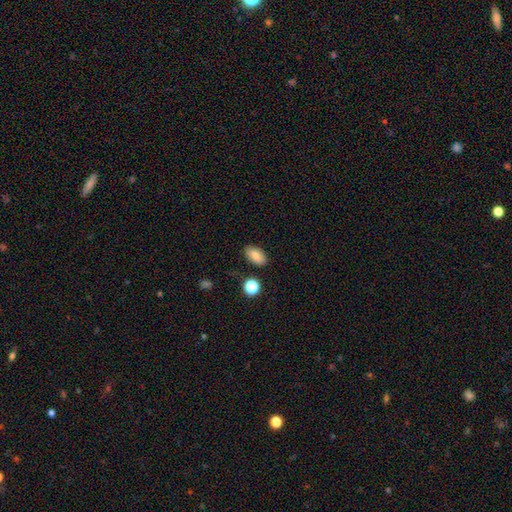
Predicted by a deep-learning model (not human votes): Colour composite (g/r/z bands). It shows a smooth galaxy with no disk features (83%) that is in between round and cigar-shaped (92%). Merging: none (85%).